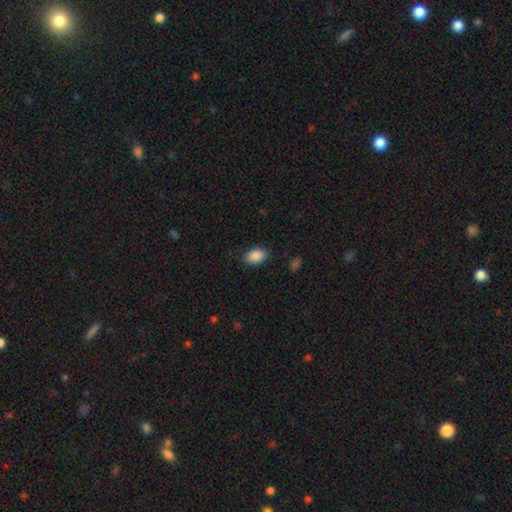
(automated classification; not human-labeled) Q: Smooth or featured?
A: smooth (89%); runner-up: star or artifact (8%)
Q: How rounded?
A: in between (88%); runner-up: round (11%)
Q: Merging?
A: none (85%); runner-up: minor disturbance (11%)